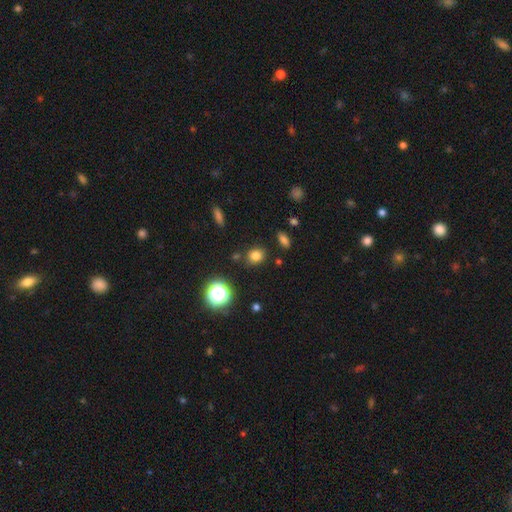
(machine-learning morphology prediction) Smooth or featured: smooth — 77% (star or artifact — 17%)
How rounded: round — 64% (in between — 34%)
Merging: none — 82% (minor disturbance — 10%)